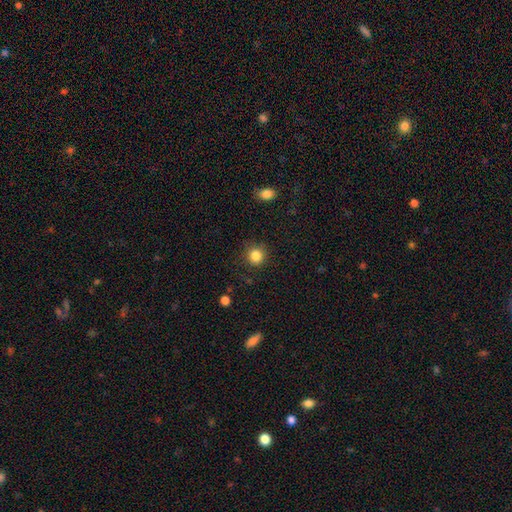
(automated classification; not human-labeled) Q: Smooth or featured?
A: smooth (85%); runner-up: star or artifact (11%)
Q: How rounded?
A: round (92%); runner-up: in between (7%)
Q: Merging?
A: none (87%); runner-up: minor disturbance (9%)